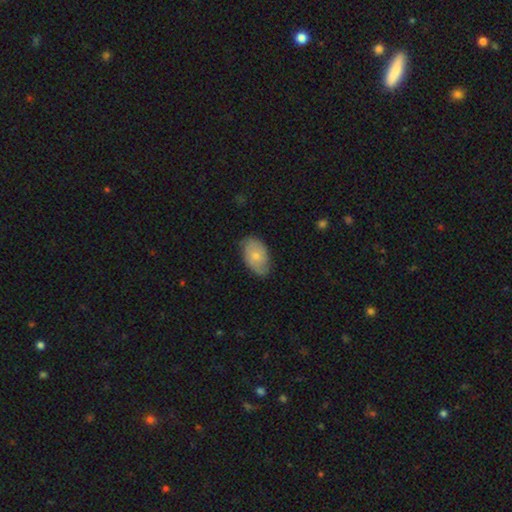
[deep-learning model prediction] This appears to be a smooth galaxy with no disk features (61%) that is in between round and cigar-shaped (90%). Merging: none (69%).